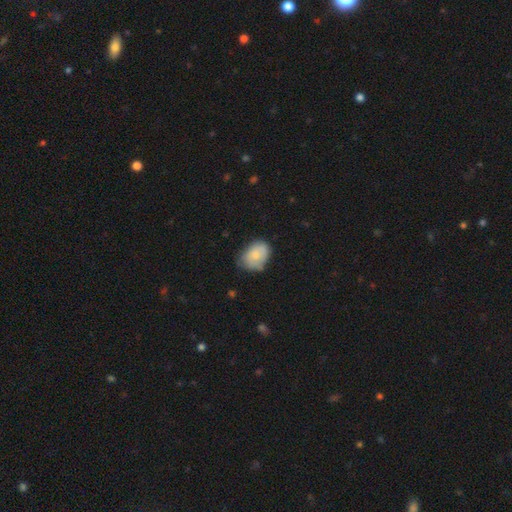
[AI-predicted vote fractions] smooth_or_featured: smooth (p=0.73) [alt: featured or disk p=0.20]
how_rounded: in between (p=0.76) [alt: round p=0.23]
merging: none (p=0.55) [alt: minor disturbance p=0.34]